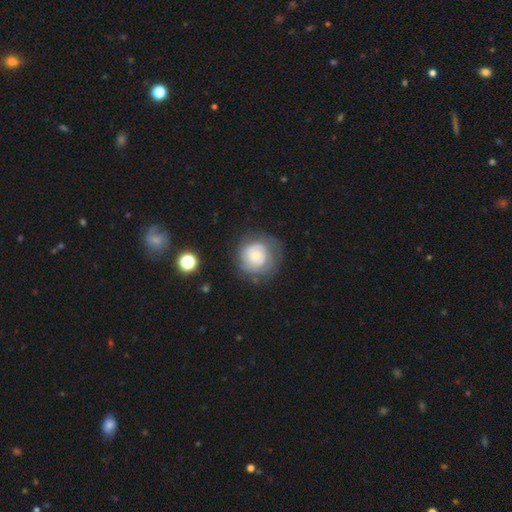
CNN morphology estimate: Overall: featured or disk (59%; smooth 33%). Edge-on disk: no (98%). Bar: no (75%). Spiral arms: yes (78%). Bulge size: small (52%; moderate 31%). Merging: none (67%).